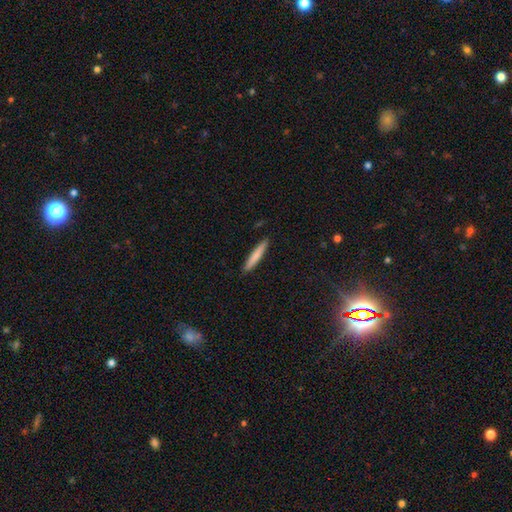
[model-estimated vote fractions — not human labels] This is likely a smooth galaxy (76%). How rounded: clearly cigar-shaped (95%). Merging: clearly none (91%).